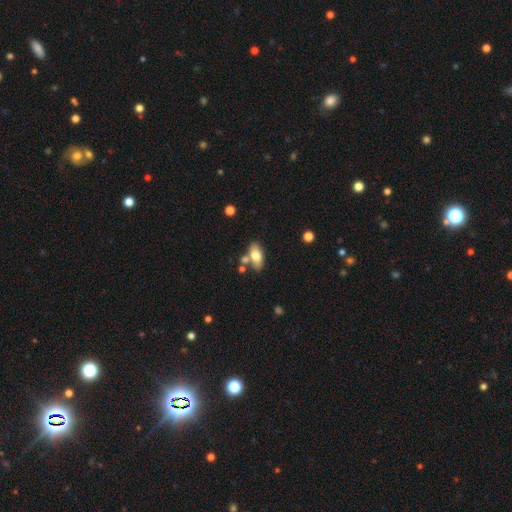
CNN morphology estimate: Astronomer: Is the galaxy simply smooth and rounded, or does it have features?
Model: smooth — 71%.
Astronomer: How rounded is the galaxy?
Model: in between — 88%.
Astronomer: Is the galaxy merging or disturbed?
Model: none — 66%.